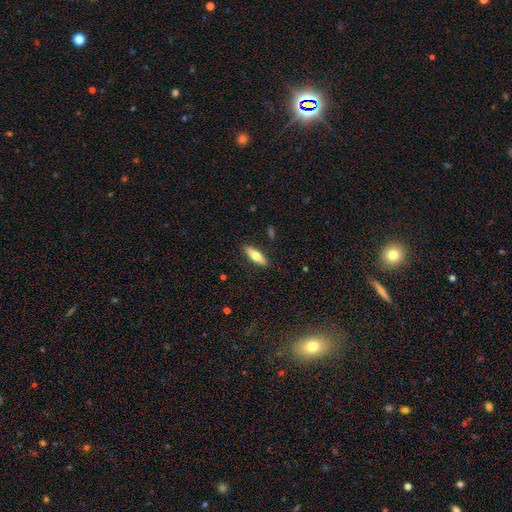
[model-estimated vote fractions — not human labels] This appears to be a smooth galaxy with no disk features (62%) that is cigar-shaped (56%). Merging: none (89%).